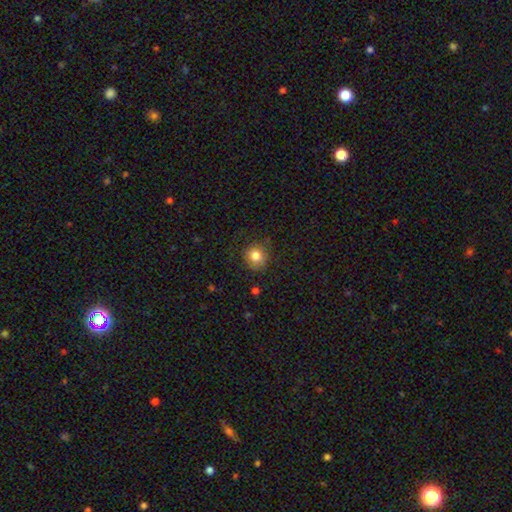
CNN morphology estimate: Smooth or featured? Predicted: smooth (p=0.83). How rounded? Predicted: round (p=0.89). Merging? Predicted: none (p=0.83).